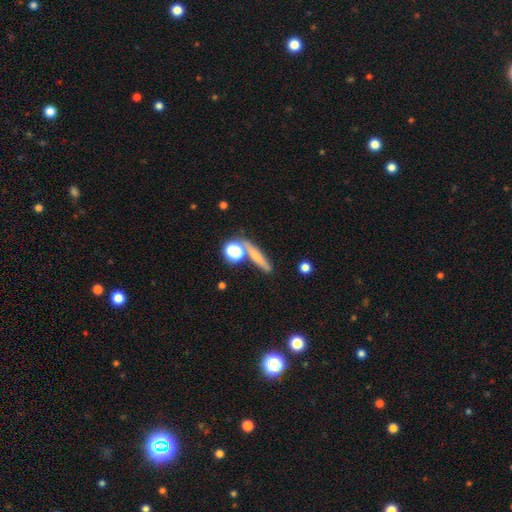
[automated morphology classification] smooth-or-featured: smooth: 53% | featured or disk: 34% | star or artifact: 13%
  how-rounded: cigar-shaped: 63% | round: 20% | in between: 16%
  merging: none: 70% | merger: 14% | minor disturbance: 12% | major disturbance: 5%